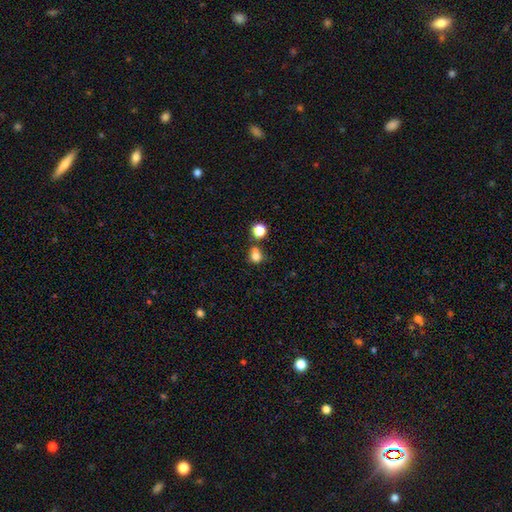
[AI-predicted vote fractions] Smooth or featured?
  - smooth: 78% *
  - star or artifact: 15%
  - featured or disk: 8%
How rounded?
  - round: 68% *
  - in between: 31%
  - cigar-shaped: 1%
Merging?
  - none: 52% *
  - merger: 21%
  - minor disturbance: 19%
  - major disturbance: 8%